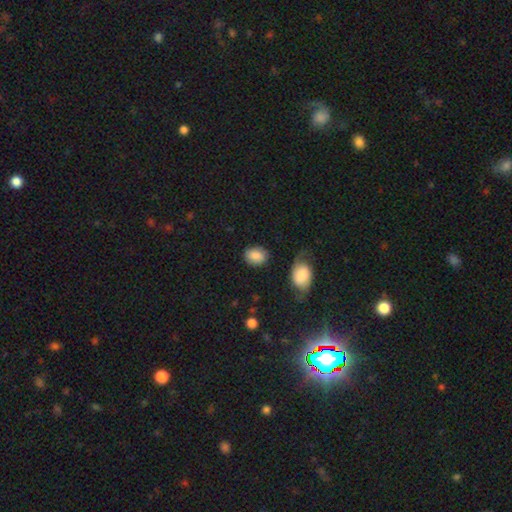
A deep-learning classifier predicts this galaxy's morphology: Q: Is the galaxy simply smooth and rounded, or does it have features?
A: smooth — 86%.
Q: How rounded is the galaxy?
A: in between — 60%.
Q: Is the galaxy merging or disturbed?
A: none — 79%.